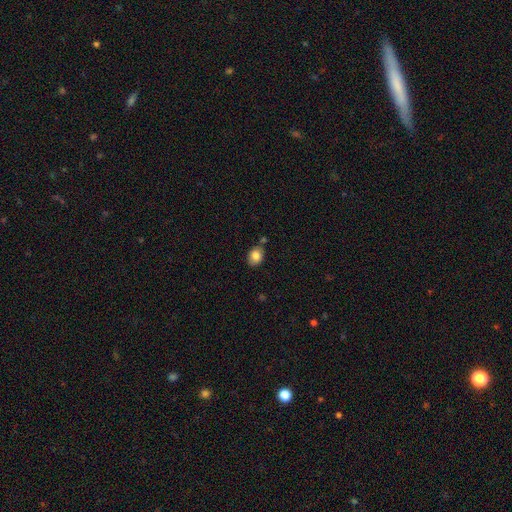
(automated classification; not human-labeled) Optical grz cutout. It shows a smooth galaxy with no disk features (84%) that is in between round and cigar-shaped (66%). Merging: none (71%).